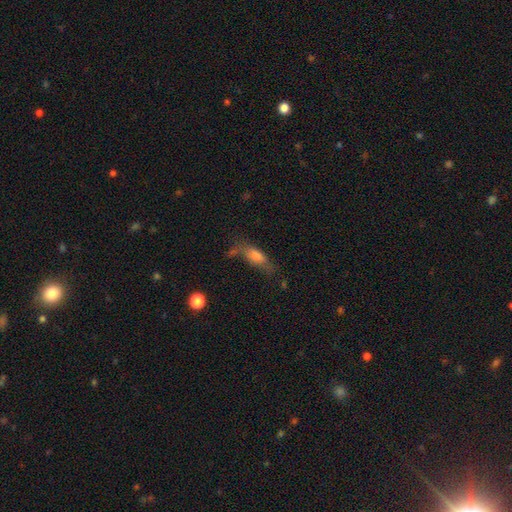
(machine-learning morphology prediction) A smooth galaxy with no disk features (61%) that is in between round and cigar-shaped (57%). Merging: none (46%).